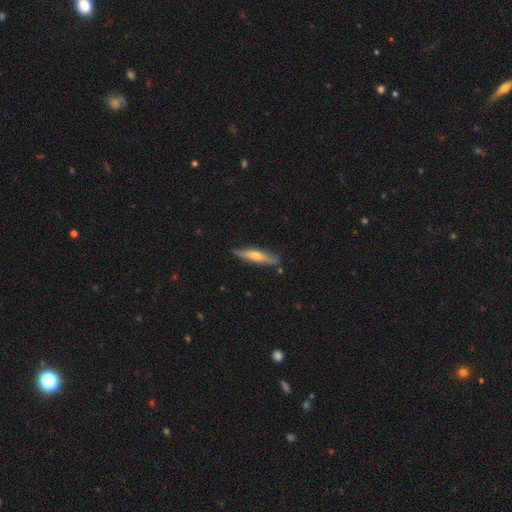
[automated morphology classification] smooth_or_featured: featured or disk (p=0.52) [alt: smooth p=0.42]
disk_edge_on: yes (p=0.87) [alt: no p=0.13]
merging: none (p=0.83) [alt: minor disturbance p=0.13]